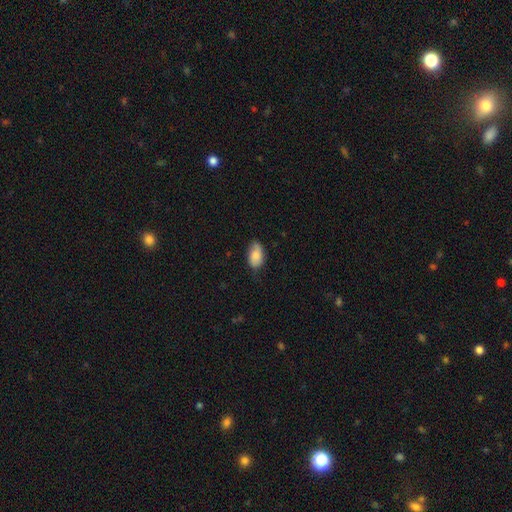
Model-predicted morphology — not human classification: smooth 81%, featured or disk 12%, star or artifact 7%. Down the decision tree: how rounded — in between (92%); merging — none (68%).